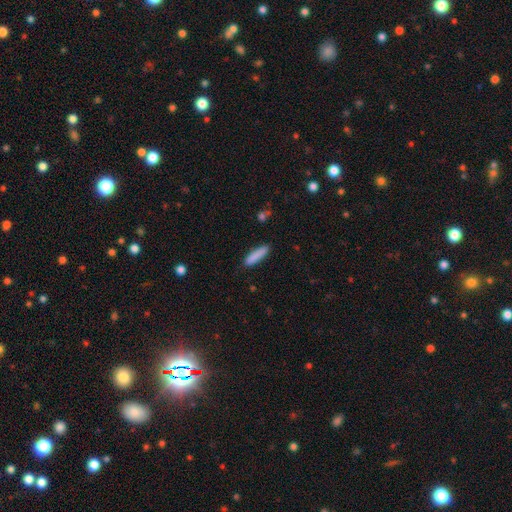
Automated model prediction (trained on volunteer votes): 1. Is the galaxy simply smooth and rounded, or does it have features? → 87% smooth, 7% featured or disk, 6% star or artifact.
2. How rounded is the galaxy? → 79% cigar-shaped, 19% in between, 1% round.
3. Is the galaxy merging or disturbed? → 87% none, 9% minor disturbance, 2% major disturbance, 1% merger.